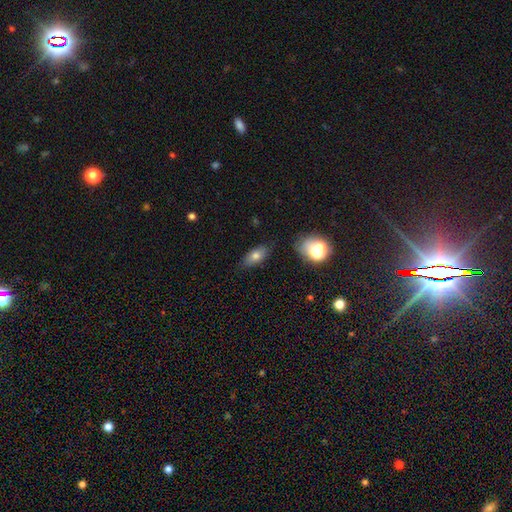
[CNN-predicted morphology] Smooth or featured? smooth (72%)
How rounded? in between (82%)
Merging? none (81%)